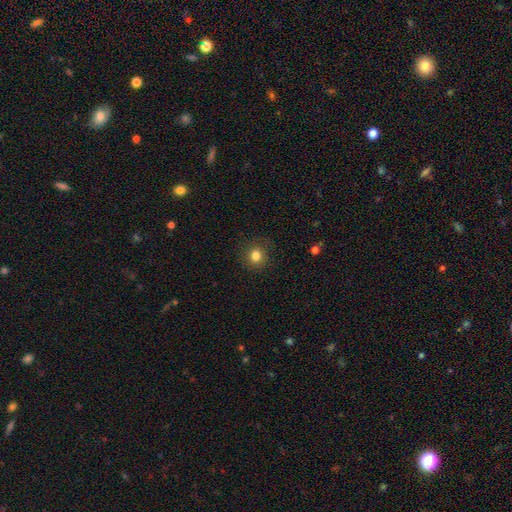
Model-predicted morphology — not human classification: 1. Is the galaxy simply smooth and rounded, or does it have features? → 81% smooth, 13% star or artifact, 6% featured or disk.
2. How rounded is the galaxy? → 88% round, 11% in between, 1% cigar-shaped.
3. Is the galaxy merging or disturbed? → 88% none, 8% minor disturbance, 3% major disturbance, 1% merger.